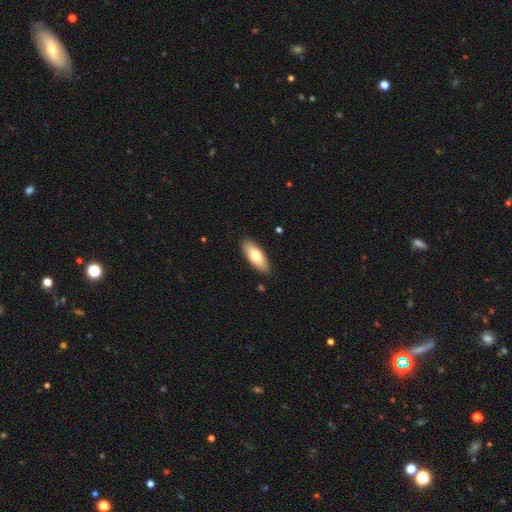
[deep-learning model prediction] smooth-or-featured: smooth: 73% | featured or disk: 21% | star or artifact: 6%
  how-rounded: in between: 79% | cigar-shaped: 19% | round: 2%
  merging: none: 88% | minor disturbance: 9% | major disturbance: 2% | merger: 1%